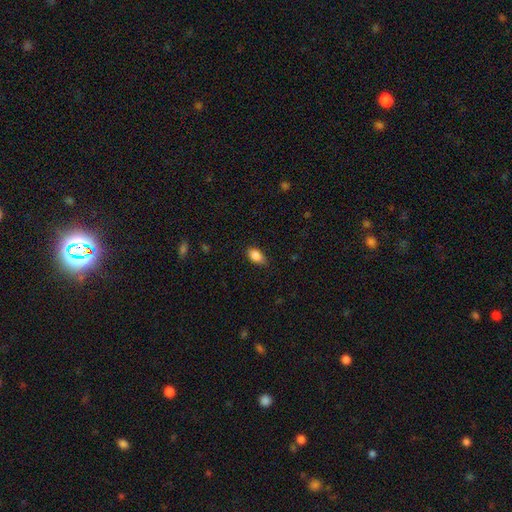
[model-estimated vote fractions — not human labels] Smooth or featured? Predicted: smooth (p=0.87). How rounded? Predicted: in between (p=0.89). Merging? Predicted: none (p=0.81).